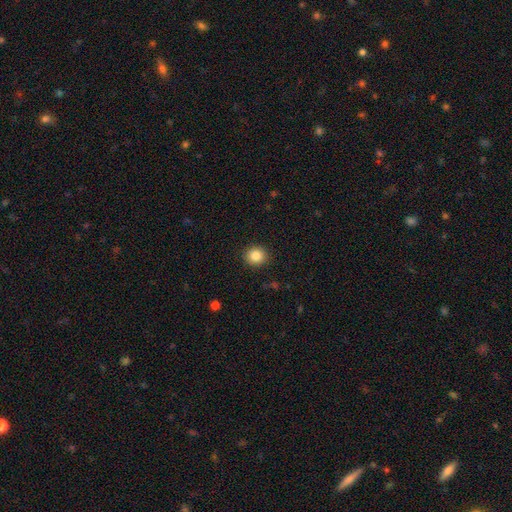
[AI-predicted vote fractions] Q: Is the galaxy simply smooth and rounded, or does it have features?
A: smooth — 85%.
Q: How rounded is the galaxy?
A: round — 87%.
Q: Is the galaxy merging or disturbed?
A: none — 91%.